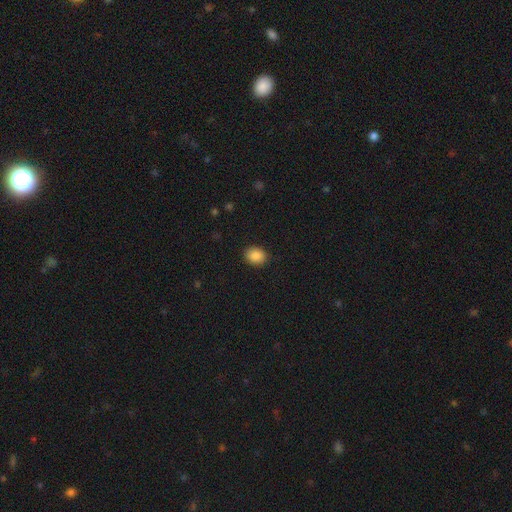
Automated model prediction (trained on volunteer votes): Smooth or featured?
  - smooth: 88% *
  - star or artifact: 8%
  - featured or disk: 3%
How rounded?
  - in between: 51% *
  - round: 48%
  - cigar-shaped: 1%
Merging?
  - none: 89% *
  - minor disturbance: 8%
  - major disturbance: 2%
  - merger: 1%